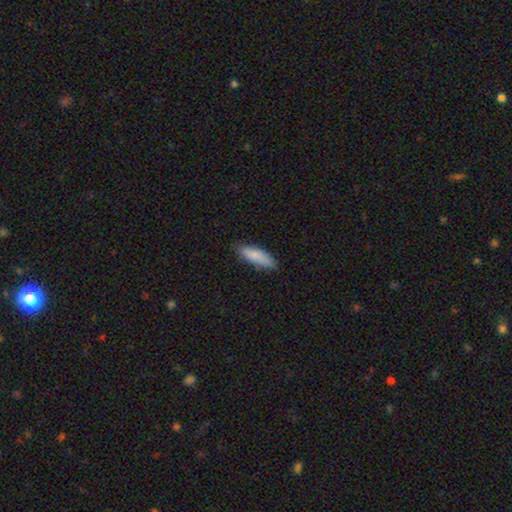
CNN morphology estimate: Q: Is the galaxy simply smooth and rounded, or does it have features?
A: smooth — 85%.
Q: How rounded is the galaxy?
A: in between — 53%.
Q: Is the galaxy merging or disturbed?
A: none — 80%.